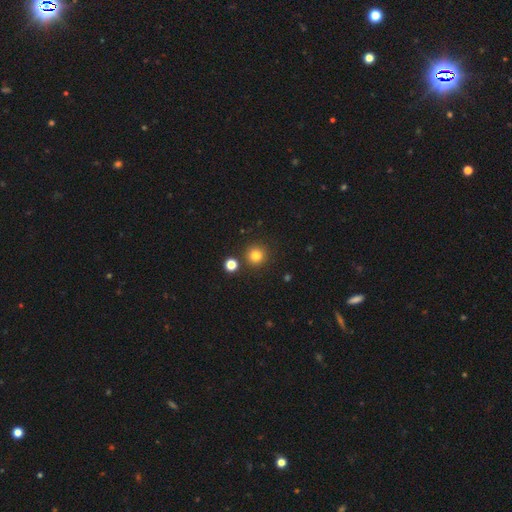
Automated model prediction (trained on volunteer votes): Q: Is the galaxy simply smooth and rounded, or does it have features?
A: smooth — 81%.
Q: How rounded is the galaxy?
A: round — 95%.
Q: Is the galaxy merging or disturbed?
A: none — 87%.